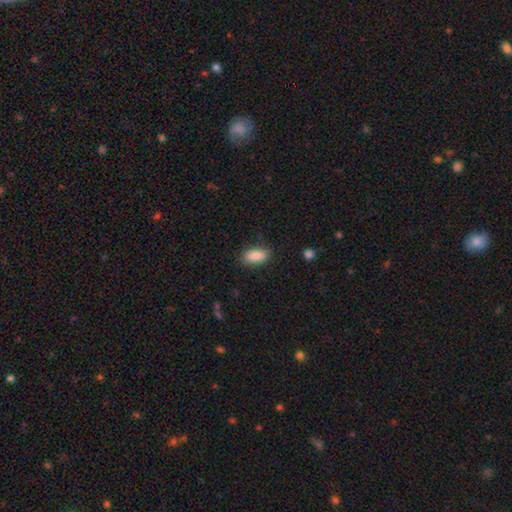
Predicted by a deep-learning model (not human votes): This appears to be a smooth galaxy with no disk features (87%) that is in between round and cigar-shaped (87%). Merging: none (84%).